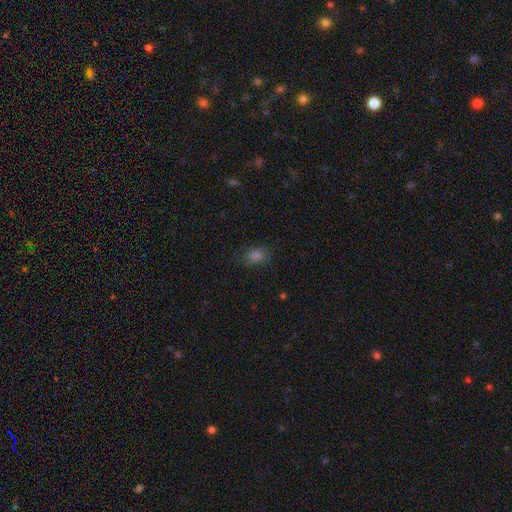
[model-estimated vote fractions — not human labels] Smooth or featured? smooth (71%)
How rounded? in between (64%)
Merging? none (77%)